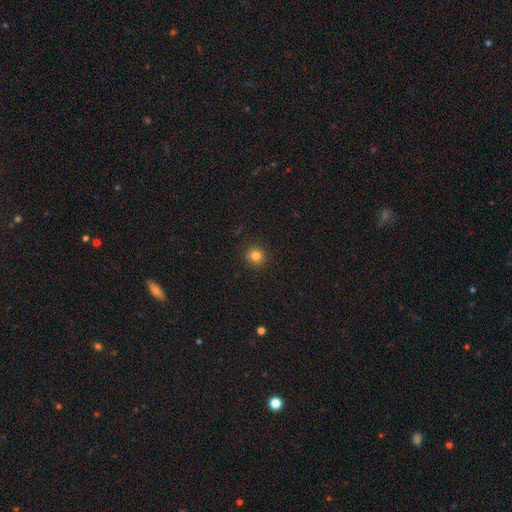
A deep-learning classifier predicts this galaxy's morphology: type=smooth (81%); roundness=round (94%); merging=none (92%).